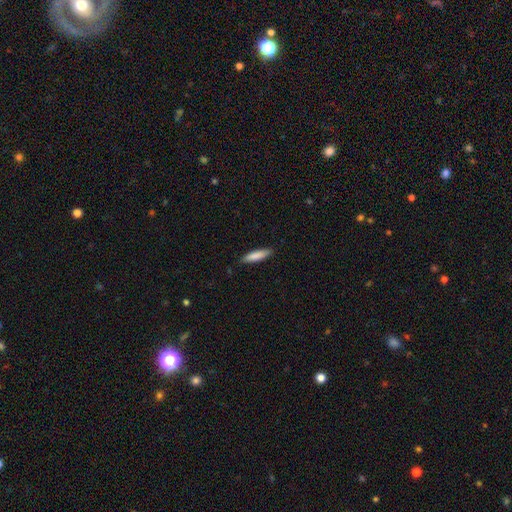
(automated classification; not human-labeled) Smooth or featured?
  - smooth: 85% *
  - featured or disk: 9%
  - star or artifact: 6%
How rounded?
  - cigar-shaped: 78% *
  - in between: 20%
  - round: 1%
Merging?
  - none: 87% *
  - minor disturbance: 10%
  - major disturbance: 2%
  - merger: 1%